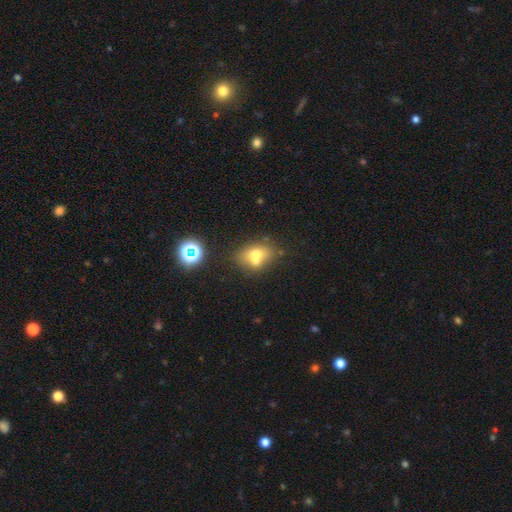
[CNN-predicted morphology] Overall: smooth (63%; featured or disk 23%). How rounded: in between (63%; round 35%). Merging: merger (43%; none 38%).